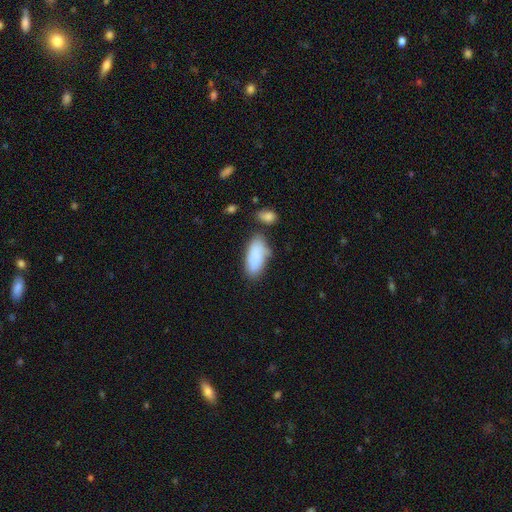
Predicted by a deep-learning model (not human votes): This is clearly a smooth galaxy (80%). How rounded: clearly in between (89%). Merging: possibly none (59%).